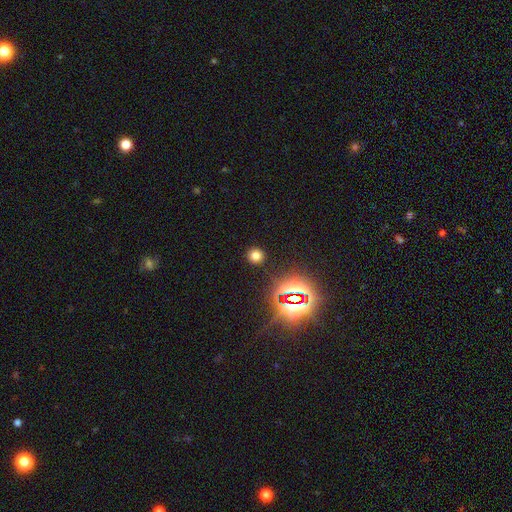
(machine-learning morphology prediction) A smooth galaxy with no disk features (70%) that is round (92%).

Vote fractions:
- Smooth or featured? smooth: 70% / star or artifact: 24% / featured or disk: 6%
- How rounded? round: 92% / in between: 7% / cigar-shaped: 1%
- Merging? none: 90% / minor disturbance: 6% / major disturbance: 3% / merger: 2%